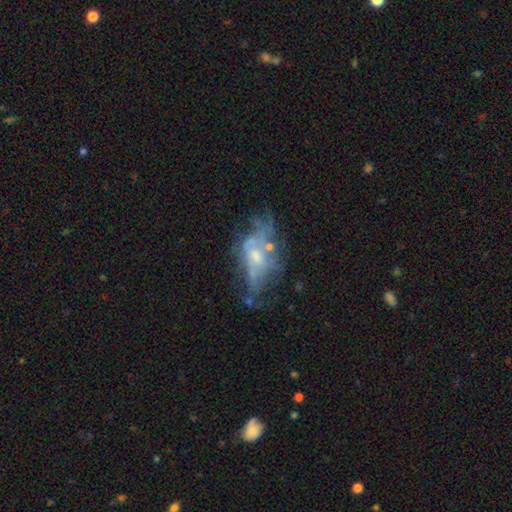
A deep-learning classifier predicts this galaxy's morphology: Smooth or featured? featured or disk (69%)
Edge-on disk? no (93%)
Bar? no (70%)
Spiral arms? no (56%)
Bulge size? small (42%)
Merging? none (37%)